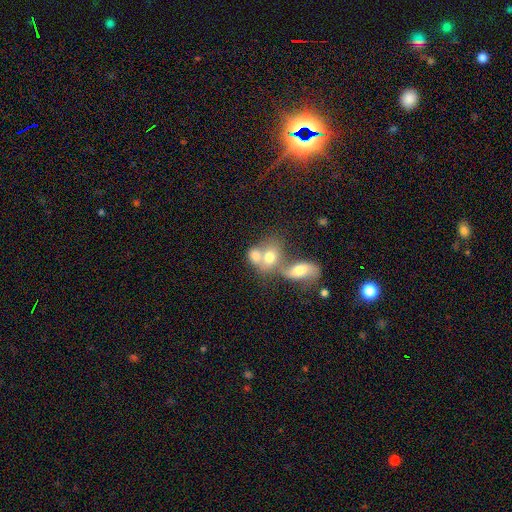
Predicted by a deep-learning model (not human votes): smooth 66%, featured or disk 25%, star or artifact 10%. Down the decision tree: how rounded — in between (58%); merging — merger (66%).